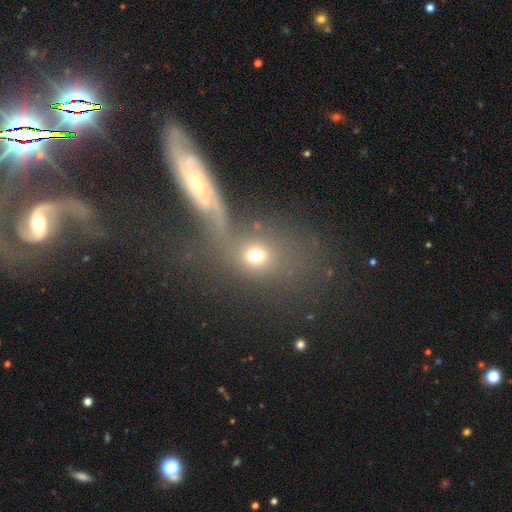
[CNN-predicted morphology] The model was most divided on "merging": merger: 40%, none: 38%, major disturbance: 12%, minor disturbance: 10%. More confident: smooth or featured — smooth (66%); how rounded — round (61%).